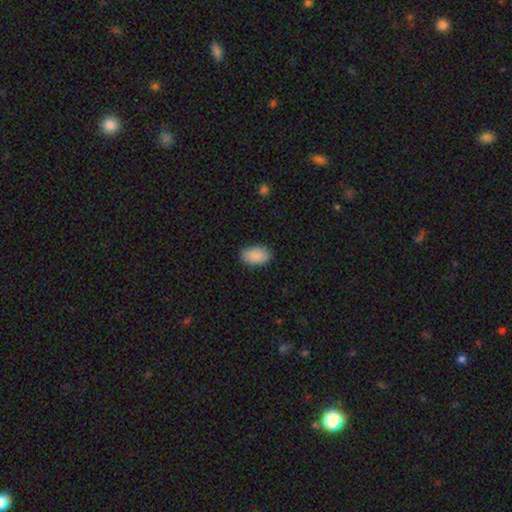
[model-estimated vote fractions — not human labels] Smooth or featured?
  - smooth: 90% *
  - star or artifact: 6%
  - featured or disk: 4%
How rounded?
  - in between: 92% *
  - round: 6%
  - cigar-shaped: 1%
Merging?
  - none: 87% *
  - minor disturbance: 10%
  - major disturbance: 2%
  - merger: 1%